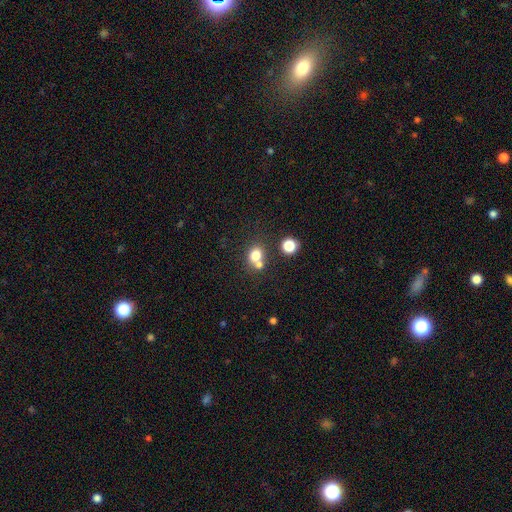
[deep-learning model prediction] A smooth galaxy with no disk features (76%) that is round (69%). Merging: none (51%).